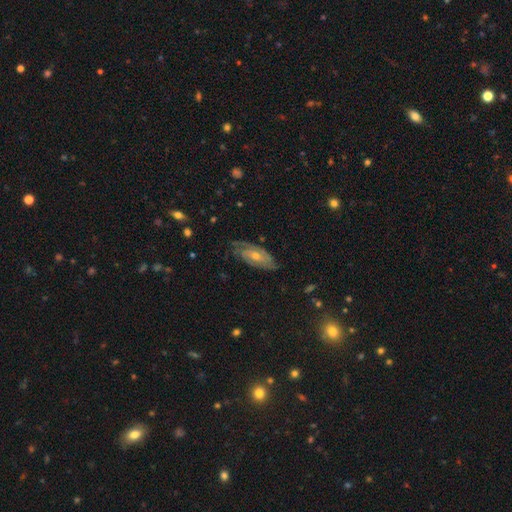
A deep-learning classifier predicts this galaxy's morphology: Smooth or featured? Predicted: featured or disk (p=0.73). Edge-on disk? Predicted: no (p=0.88). Bar? Predicted: no (p=0.67). Spiral arms? Predicted: yes (p=0.89). Spiral winding? Predicted: tight (p=0.59). Spiral arm count? Predicted: 2 (p=0.40). Bulge size? Predicted: moderate (p=0.50). Merging? Predicted: none (p=0.73).